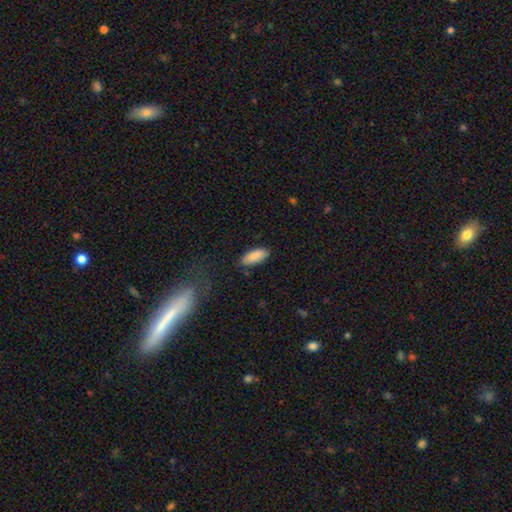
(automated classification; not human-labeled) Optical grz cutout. It shows a smooth galaxy with no disk features (89%) that is in between round and cigar-shaped (78%). Merging: none (85%).